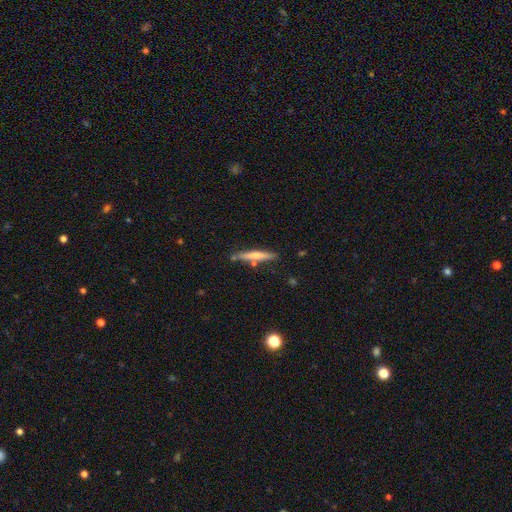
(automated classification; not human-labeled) Overall: smooth (60%; featured or disk 34%). How rounded: cigar-shaped (93%). Merging: none (80%).